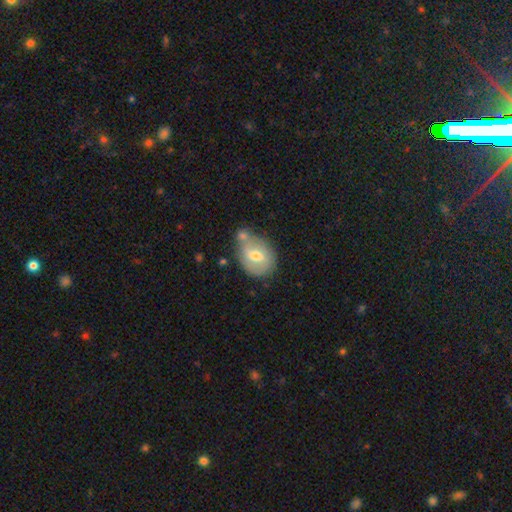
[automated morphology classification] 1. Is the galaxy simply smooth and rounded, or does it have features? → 57% smooth, 36% featured or disk, 7% star or artifact.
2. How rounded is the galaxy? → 58% in between, 40% round, 1% cigar-shaped.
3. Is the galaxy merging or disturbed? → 49% none, 25% merger, 21% minor disturbance, 6% major disturbance.